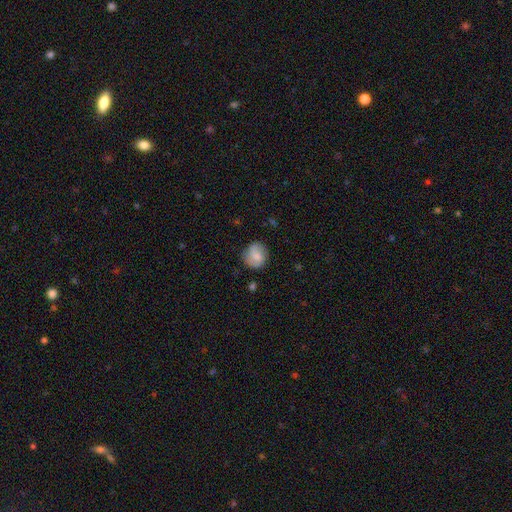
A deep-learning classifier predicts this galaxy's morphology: smooth_or_featured: smooth (p=0.62) [alt: featured or disk p=0.30]
how_rounded: round (p=0.82) [alt: in between p=0.17]
merging: none (p=0.76) [alt: minor disturbance p=0.18]